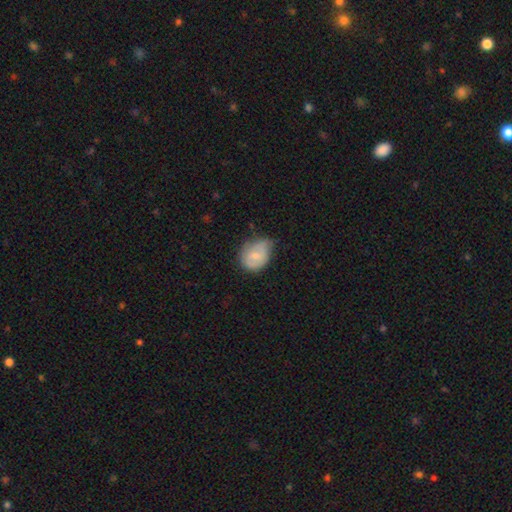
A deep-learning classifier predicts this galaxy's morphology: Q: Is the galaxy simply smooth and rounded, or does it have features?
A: smooth — 67%.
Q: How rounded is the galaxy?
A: in between — 53%.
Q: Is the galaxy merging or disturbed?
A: minor disturbance — 48%.